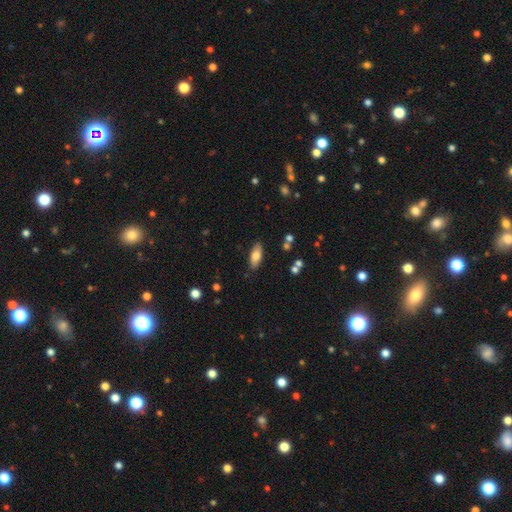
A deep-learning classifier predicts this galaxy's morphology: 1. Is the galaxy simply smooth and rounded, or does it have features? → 74% smooth, 19% featured or disk, 7% star or artifact.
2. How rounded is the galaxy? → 80% in between, 17% cigar-shaped, 2% round.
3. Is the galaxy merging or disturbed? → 85% none, 11% minor disturbance, 2% major disturbance, 2% merger.